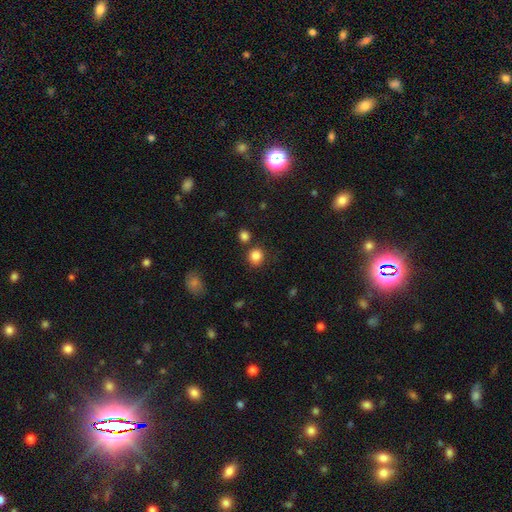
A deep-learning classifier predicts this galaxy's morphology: Smooth or featured? smooth (84%)
How rounded? round (86%)
Merging? none (81%)